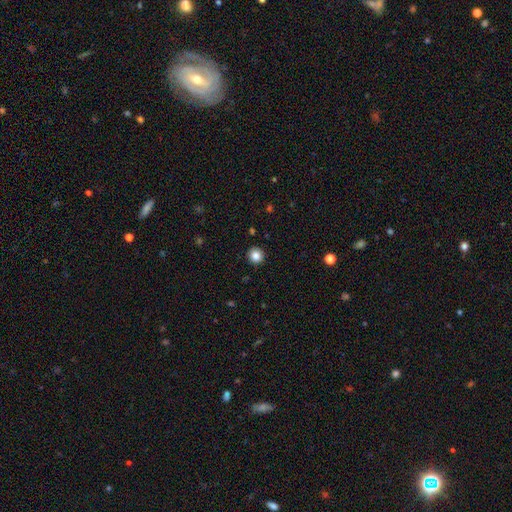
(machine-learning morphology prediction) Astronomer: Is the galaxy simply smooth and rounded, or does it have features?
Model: smooth — 85%.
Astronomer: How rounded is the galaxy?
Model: round — 93%.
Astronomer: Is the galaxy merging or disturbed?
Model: none — 92%.